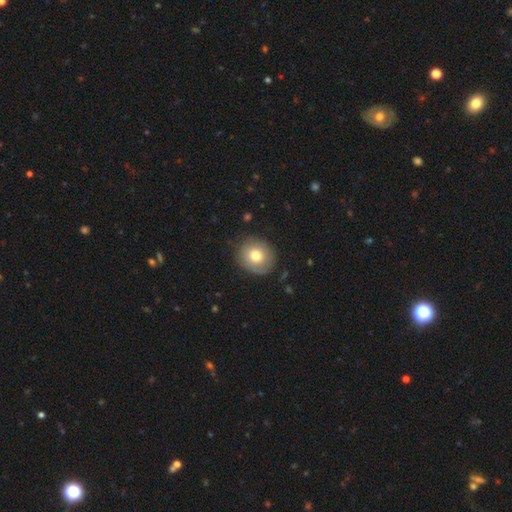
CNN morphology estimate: This is likely a smooth galaxy (72%). How rounded: likely round (79%). Merging: clearly none (81%).